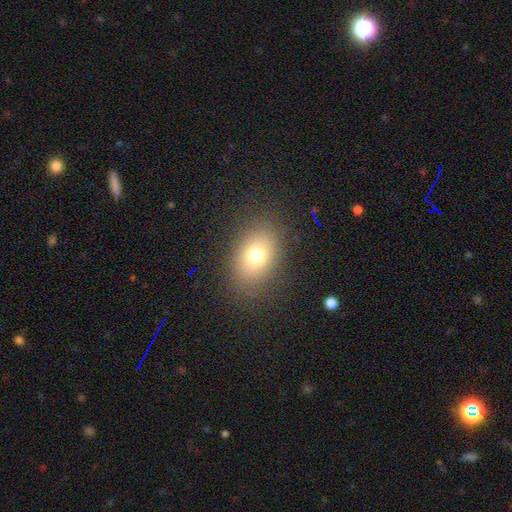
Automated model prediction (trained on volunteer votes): This is likely a smooth galaxy (73%). How rounded: likely in between (73%). Merging: clearly none (84%).